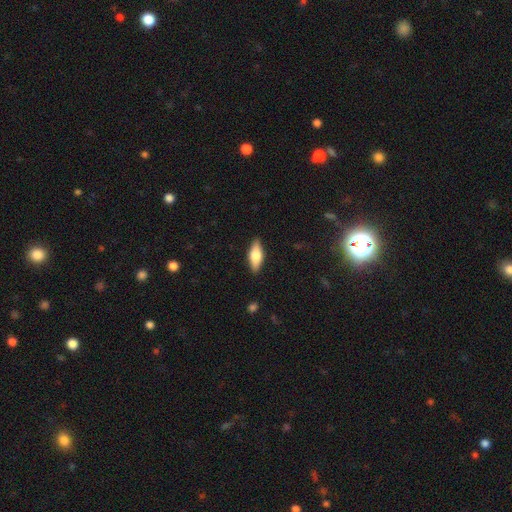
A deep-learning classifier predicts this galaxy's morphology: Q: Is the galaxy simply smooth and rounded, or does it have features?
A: smooth — 61%.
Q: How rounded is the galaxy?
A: in between — 69%.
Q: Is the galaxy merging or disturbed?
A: none — 88%.